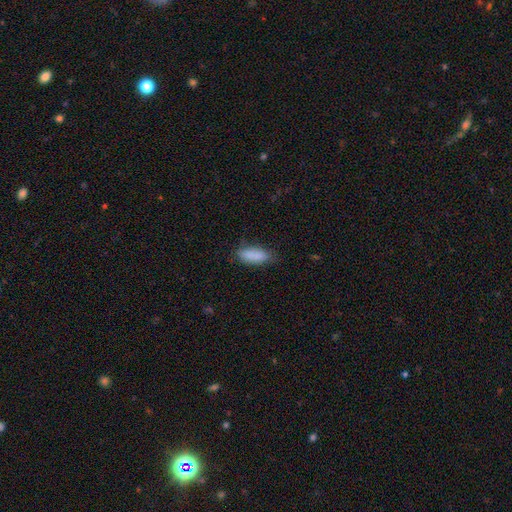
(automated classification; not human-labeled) A smooth galaxy with no disk features (87%) that is in between round and cigar-shaped (75%).

Vote fractions:
- Smooth or featured? smooth: 87% / star or artifact: 7% / featured or disk: 7%
- How rounded? in between: 75% / cigar-shaped: 23% / round: 2%
- Merging? none: 73% / minor disturbance: 21% / major disturbance: 5% / merger: 1%